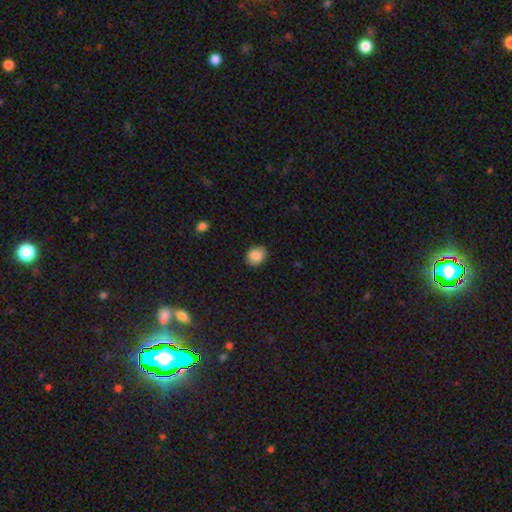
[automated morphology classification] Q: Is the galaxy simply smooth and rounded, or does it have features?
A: smooth — 85%.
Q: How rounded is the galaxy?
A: round — 54%.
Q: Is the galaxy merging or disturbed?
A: none — 84%.